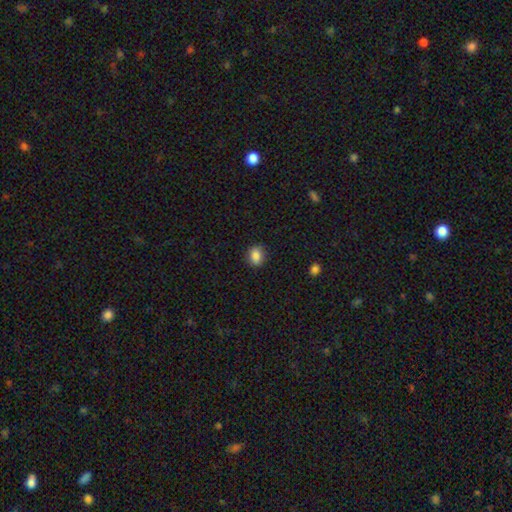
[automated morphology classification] smooth 86%, star or artifact 9%, featured or disk 4%. Down the decision tree: how rounded — round (50%); merging — none (87%).